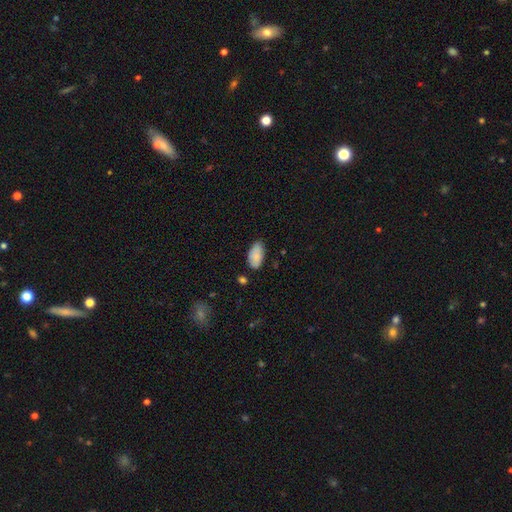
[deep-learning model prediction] This is clearly a smooth galaxy (86%). How rounded: clearly in between (95%). Merging: likely none (74%).